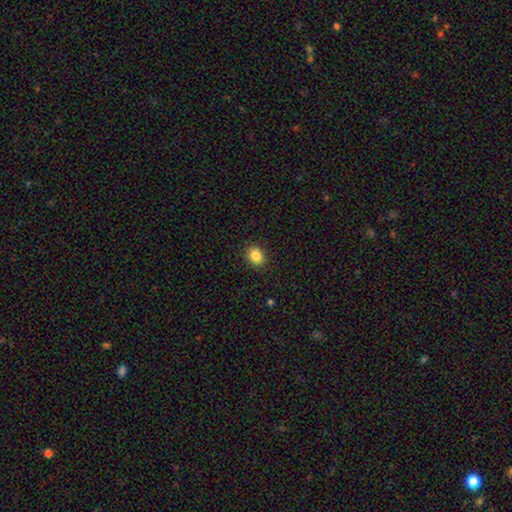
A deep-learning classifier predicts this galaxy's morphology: A smooth galaxy with no disk features (85%) that is round (59%).

Vote fractions:
- Smooth or featured? smooth: 85% / star or artifact: 10% / featured or disk: 5%
- How rounded? round: 59% / in between: 40% / cigar-shaped: 1%
- Merging? none: 91% / minor disturbance: 6% / major disturbance: 2% / merger: 1%